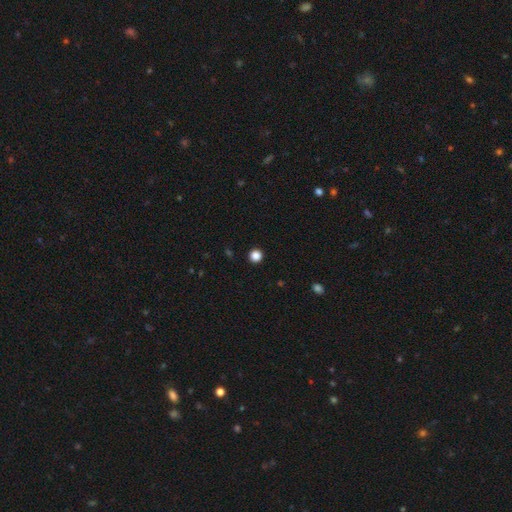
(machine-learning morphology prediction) Smooth or featured?
  - smooth: 85% *
  - star or artifact: 12%
  - featured or disk: 3%
How rounded?
  - round: 95% *
  - in between: 4%
  - cigar-shaped: 1%
Merging?
  - none: 93% *
  - minor disturbance: 4%
  - major disturbance: 2%
  - merger: 1%